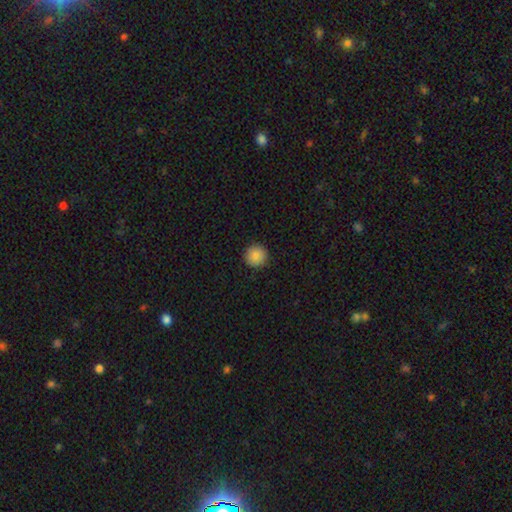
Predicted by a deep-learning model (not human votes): Smooth or featured? Predicted: smooth (p=0.87). How rounded? Predicted: round (p=0.95). Merging? Predicted: none (p=0.92).